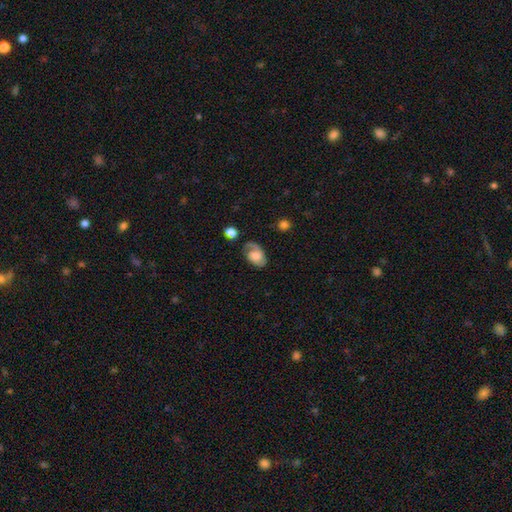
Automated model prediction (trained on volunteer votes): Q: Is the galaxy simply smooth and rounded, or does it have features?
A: featured or disk — 61%.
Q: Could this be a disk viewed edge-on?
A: no — 97%.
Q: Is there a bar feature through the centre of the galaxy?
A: no — 59%.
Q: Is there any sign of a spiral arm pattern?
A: yes — 90%.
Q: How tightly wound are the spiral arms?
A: medium — 43%.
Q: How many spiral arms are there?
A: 2 — 70%.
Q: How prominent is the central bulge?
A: large — 33%.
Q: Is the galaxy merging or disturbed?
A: none — 64%.